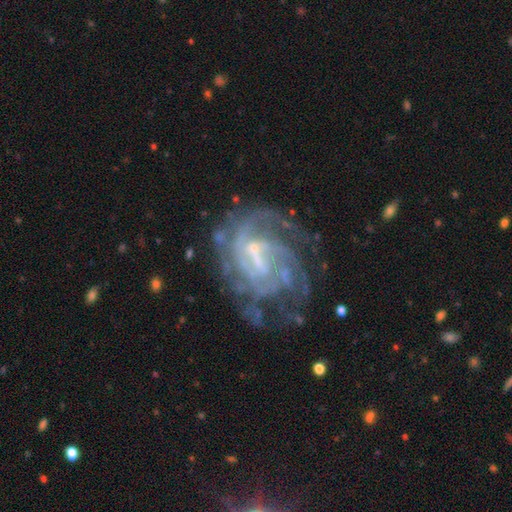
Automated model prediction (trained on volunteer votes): Q: Smooth or featured?
A: featured or disk (86%); runner-up: star or artifact (8%)
Q: Edge-on disk?
A: no (98%); runner-up: yes (2%)
Q: Bar?
A: weak (53%); runner-up: no (25%)
Q: Spiral arms?
A: yes (89%); runner-up: no (11%)
Q: Spiral winding?
A: tight (53%); runner-up: medium (35%)
Q: Spiral arm count?
A: can't tell (42%); runner-up: 3 (17%)
Q: Bulge size?
A: small (55%); runner-up: none (23%)
Q: Merging?
A: none (52%); runner-up: major disturbance (25%)